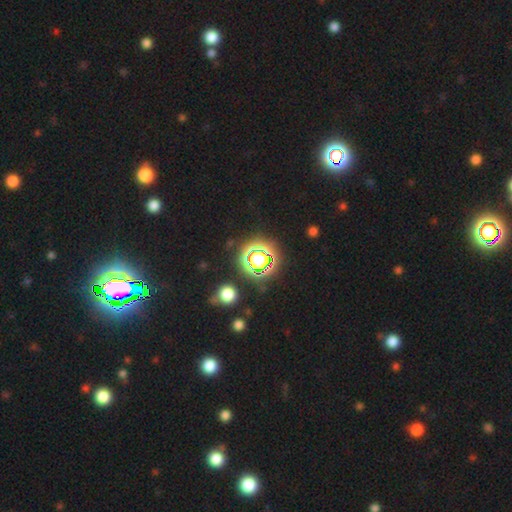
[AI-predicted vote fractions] A star or artifact, not a galaxy (65%).

Vote fractions:
- Smooth or featured? star or artifact: 65% / smooth: 25% / featured or disk: 10%